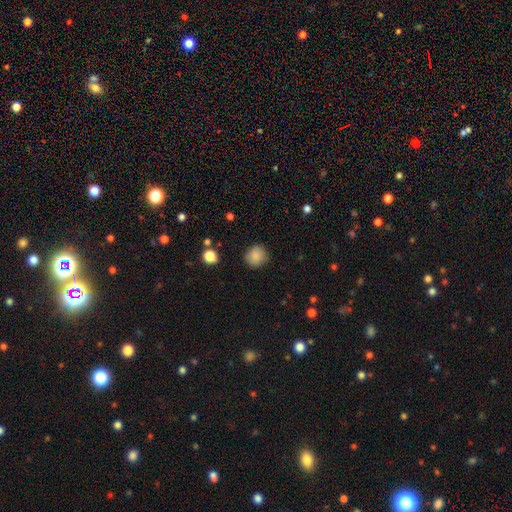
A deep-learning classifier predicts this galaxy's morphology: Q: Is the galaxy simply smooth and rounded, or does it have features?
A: smooth — 86%.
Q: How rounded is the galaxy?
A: round — 89%.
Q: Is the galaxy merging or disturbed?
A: none — 86%.